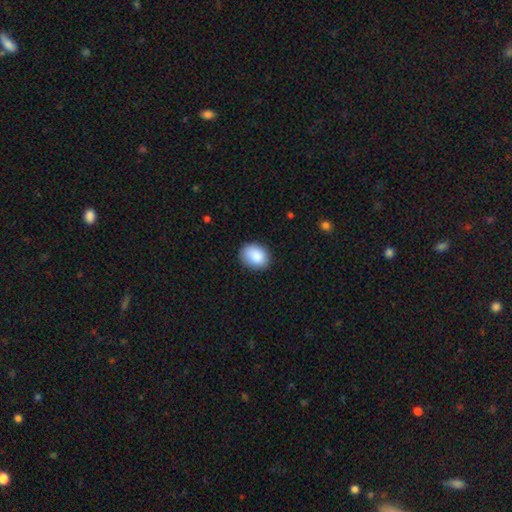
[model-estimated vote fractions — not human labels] Morphology: type=smooth (89%); roundness=in between (59%); merging=none (86%).